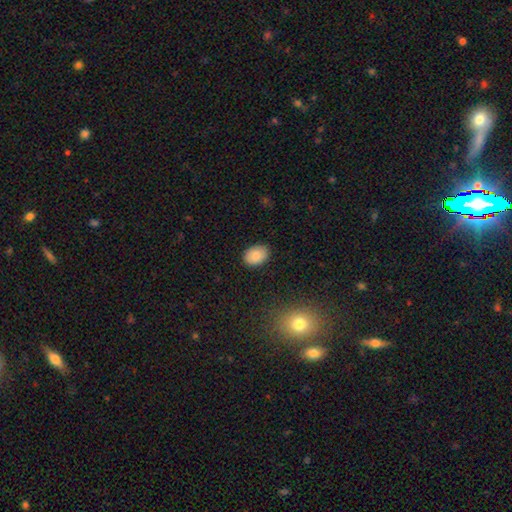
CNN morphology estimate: A smooth galaxy with no disk features (86%) that is in between round and cigar-shaped (80%). Merging: none (86%).